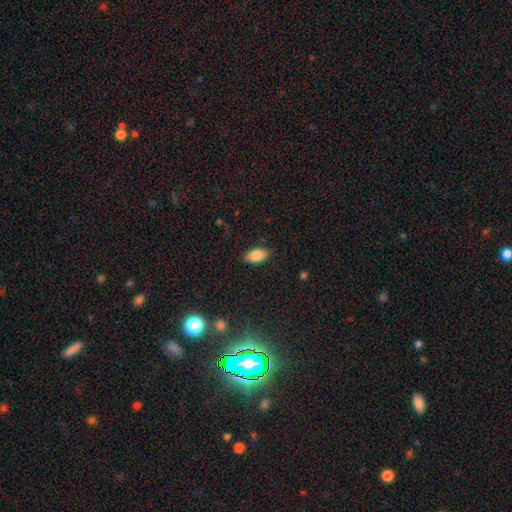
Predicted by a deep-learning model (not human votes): This appears to be a smooth galaxy with no disk features (82%) that is in between round and cigar-shaped (92%). Merging: none (86%).